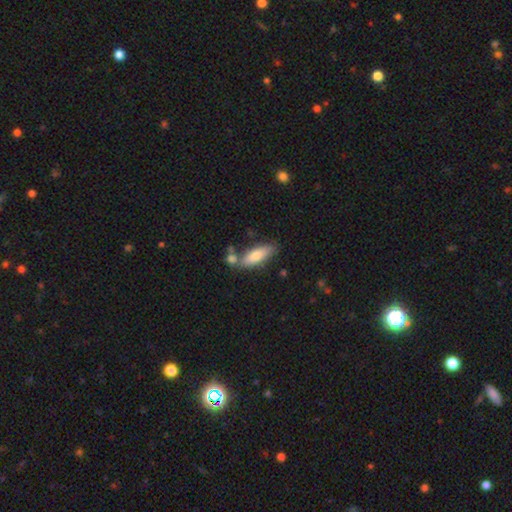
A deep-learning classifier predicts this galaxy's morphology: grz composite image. It shows a smooth galaxy with no disk features (73%) that is in between round and cigar-shaped (60%). Merging: none (64%).